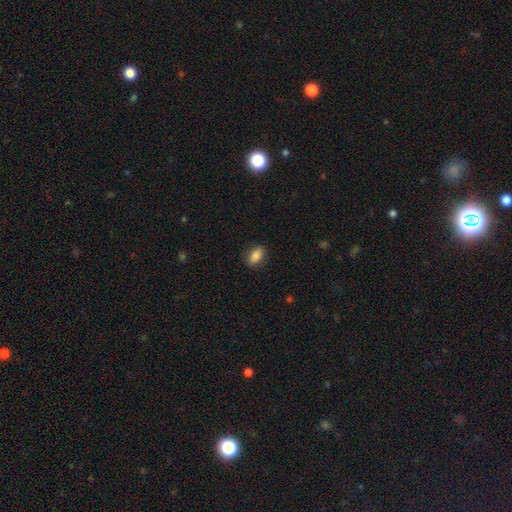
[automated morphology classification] smooth_or_featured: smooth (p=0.86) [alt: star or artifact p=0.08]
how_rounded: in between (p=0.86) [alt: round p=0.11]
merging: none (p=0.83) [alt: minor disturbance p=0.13]